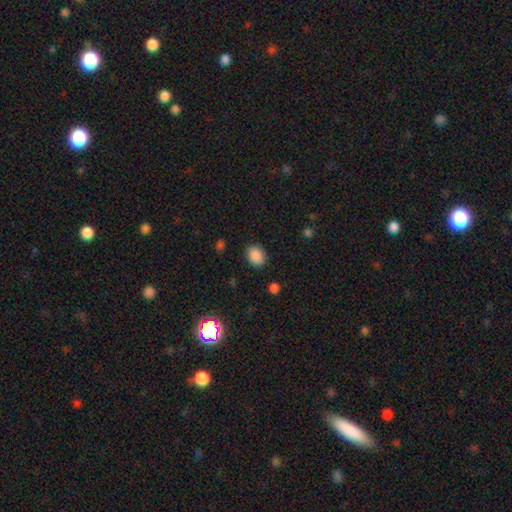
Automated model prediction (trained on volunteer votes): A smooth galaxy with no disk features (87%) that is in between round and cigar-shaped (58%). Merging: none (87%).